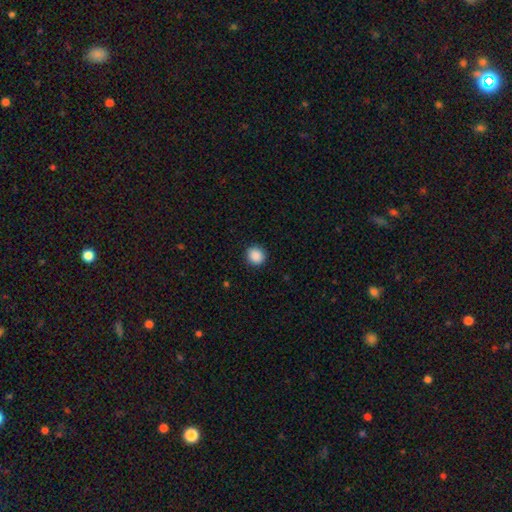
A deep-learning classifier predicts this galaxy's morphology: smooth-or-featured: smooth: 89% | star or artifact: 9% | featured or disk: 2%
  how-rounded: round: 85% | in between: 14% | cigar-shaped: 1%
  merging: none: 91% | minor disturbance: 6% | major disturbance: 2% | merger: 1%